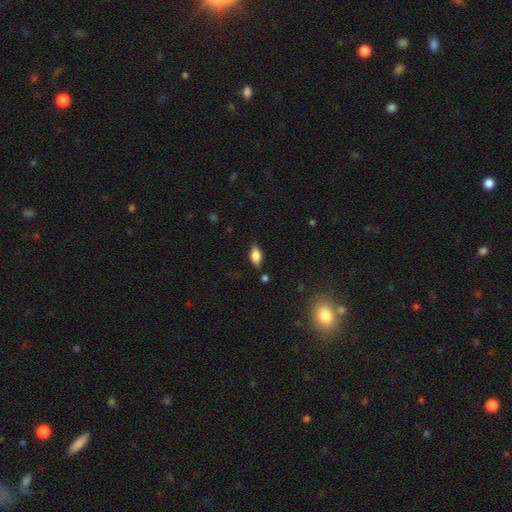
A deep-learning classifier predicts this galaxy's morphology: A smooth galaxy with no disk features (74%) that is in between round and cigar-shaped (87%).

Vote fractions:
- Smooth or featured? smooth: 74% / featured or disk: 17% / star or artifact: 8%
- How rounded? in between: 87% / cigar-shaped: 8% / round: 5%
- Merging? none: 79% / minor disturbance: 15% / major disturbance: 3% / merger: 3%